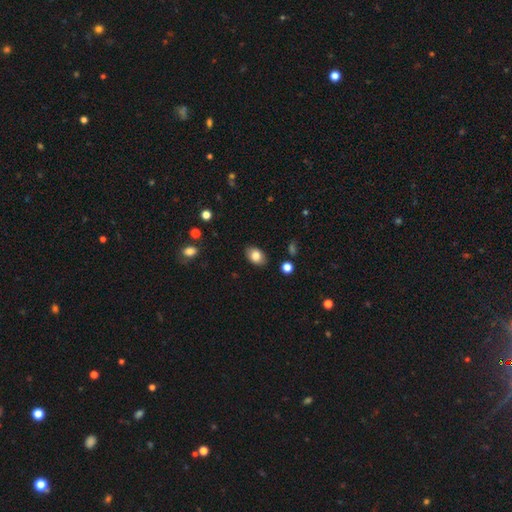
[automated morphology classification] Overall: smooth (83%). How rounded: in between (83%). Merging: none (86%).